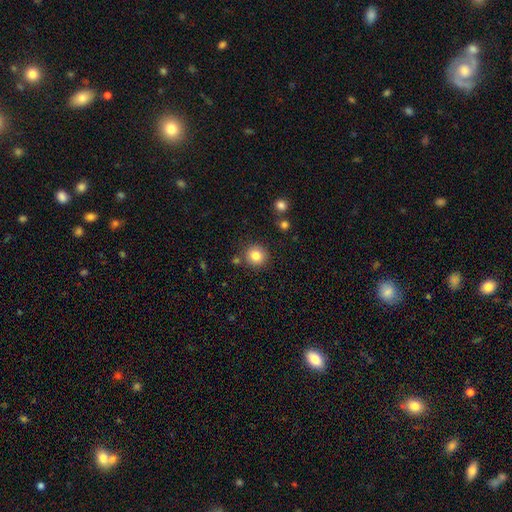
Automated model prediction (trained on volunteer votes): A smooth galaxy with no disk features (84%) that is round (93%).

Vote fractions:
- Smooth or featured? smooth: 84% / star or artifact: 11% / featured or disk: 6%
- How rounded? round: 93% / in between: 6% / cigar-shaped: 1%
- Merging? none: 85% / minor disturbance: 7% / merger: 5% / major disturbance: 3%